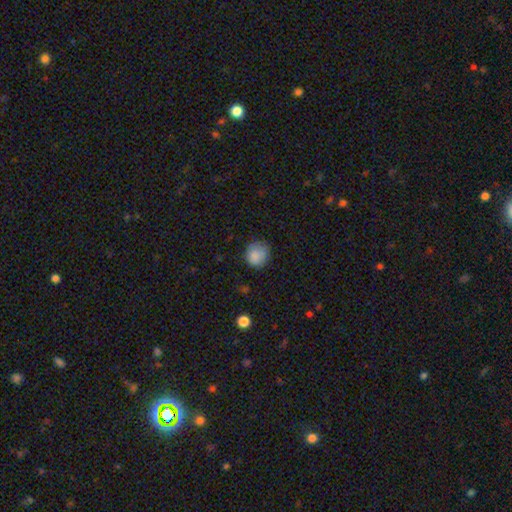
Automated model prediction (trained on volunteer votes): smooth-or-featured: smooth: 85% | star or artifact: 9% | featured or disk: 6%
  how-rounded: round: 85% | in between: 14% | cigar-shaped: 1%
  merging: none: 76% | minor disturbance: 18% | major disturbance: 4% | merger: 1%